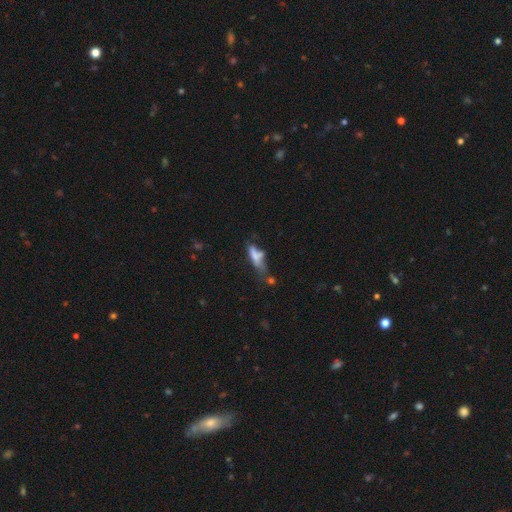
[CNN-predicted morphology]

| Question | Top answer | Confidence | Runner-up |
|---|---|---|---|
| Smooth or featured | smooth | 62% | featured or disk (26%) |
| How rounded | cigar-shaped | 55% | in between (42%) |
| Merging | none | 28% | minor disturbance (25%) |